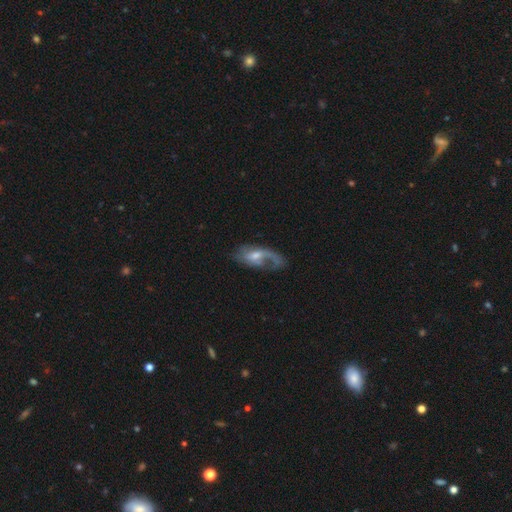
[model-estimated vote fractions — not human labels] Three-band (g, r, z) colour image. It shows a featured or disk galaxy (71%) with no bar (45%, tied with weak), 1 (56%) loose (57%) spiral arms (84%) and a moderate central bulge (47%). Merging: none (42%).